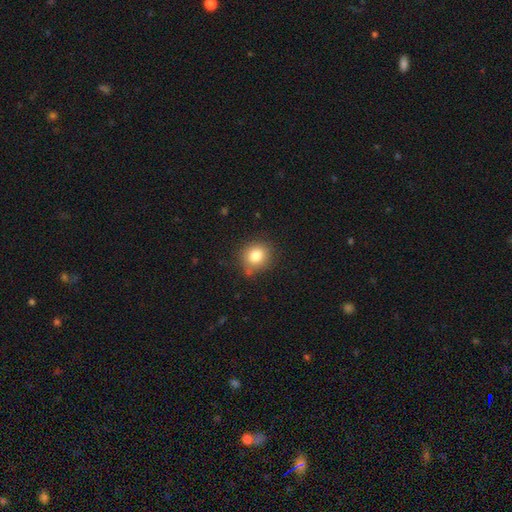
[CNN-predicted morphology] Q: Smooth or featured?
A: smooth (82%); runner-up: star or artifact (10%)
Q: How rounded?
A: round (80%); runner-up: in between (19%)
Q: Merging?
A: none (77%); runner-up: minor disturbance (16%)